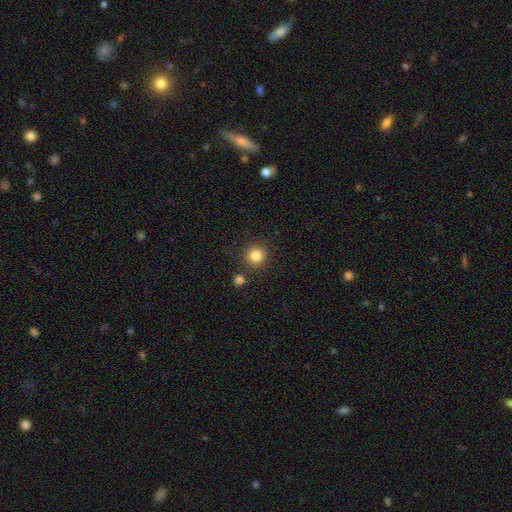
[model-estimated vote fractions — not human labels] smooth-or-featured: smooth: 84% | star or artifact: 11% | featured or disk: 5%
  how-rounded: round: 93% | in between: 6% | cigar-shaped: 1%
  merging: none: 86% | minor disturbance: 6% | merger: 5% | major disturbance: 2%